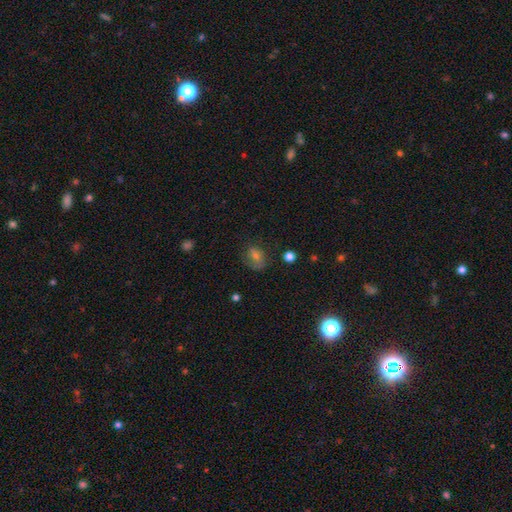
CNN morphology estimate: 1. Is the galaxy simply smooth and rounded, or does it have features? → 55% smooth, 25% featured or disk, 20% star or artifact.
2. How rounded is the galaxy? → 61% in between, 38% round, 2% cigar-shaped.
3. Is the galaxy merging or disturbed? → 61% none, 23% minor disturbance, 14% major disturbance, 2% merger.